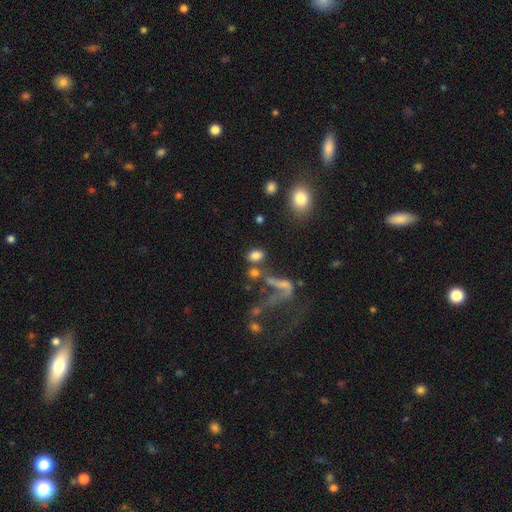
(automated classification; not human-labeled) This is likely a smooth galaxy (76%). How rounded: likely in between (80%). Merging: possibly none (51%).